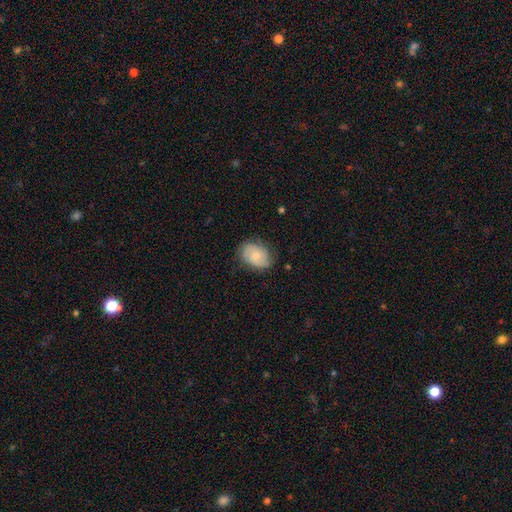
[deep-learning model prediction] Smooth or featured? Predicted: featured or disk (p=0.48). Merging? Predicted: none (p=0.71).